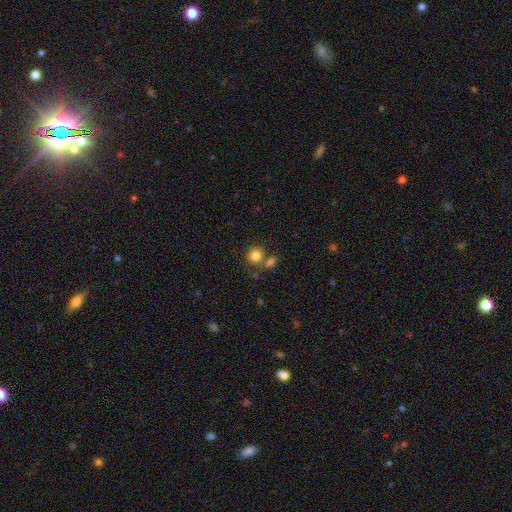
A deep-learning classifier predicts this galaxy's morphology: smooth 82%, star or artifact 11%, featured or disk 7%. Down the decision tree: how rounded — round (86%); merging — none (61%).